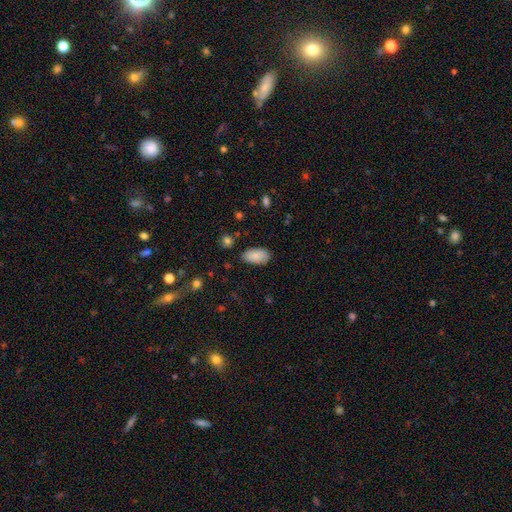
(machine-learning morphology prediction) This is clearly a smooth galaxy (87%). How rounded: clearly in between (95%). Merging: clearly none (81%).